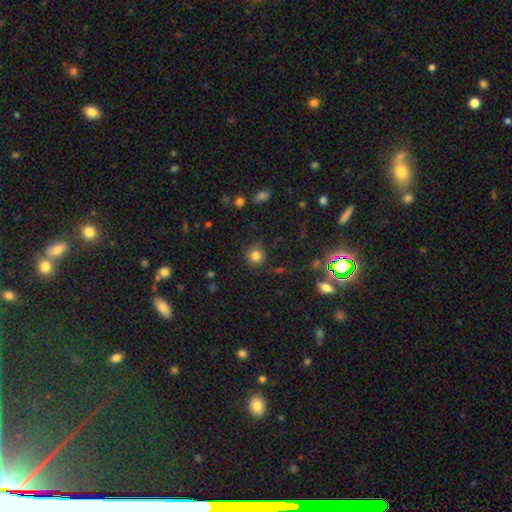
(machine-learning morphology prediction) smooth_or_featured: smooth (p=0.80) [alt: star or artifact p=0.14]
how_rounded: round (p=0.91) [alt: in between p=0.08]
merging: none (p=0.86) [alt: minor disturbance p=0.09]